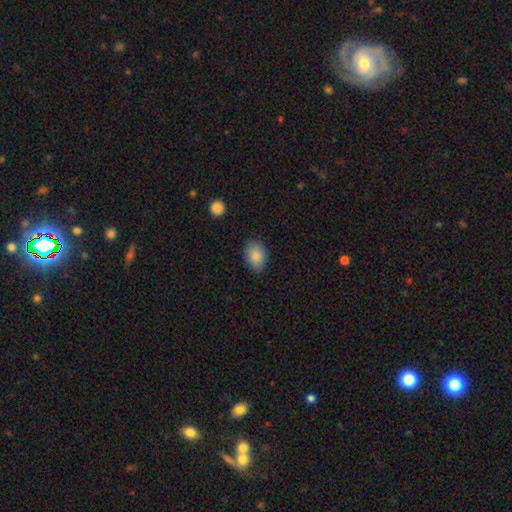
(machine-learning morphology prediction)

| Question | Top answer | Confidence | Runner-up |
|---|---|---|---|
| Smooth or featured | smooth | 87% | star or artifact (8%) |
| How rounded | in between | 81% | round (17%) |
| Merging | none | 84% | minor disturbance (12%) |